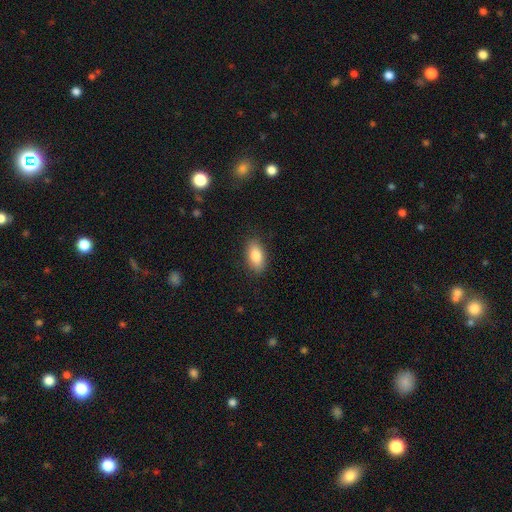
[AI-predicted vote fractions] Smooth or featured? smooth (84%)
How rounded? in between (89%)
Merging? none (86%)